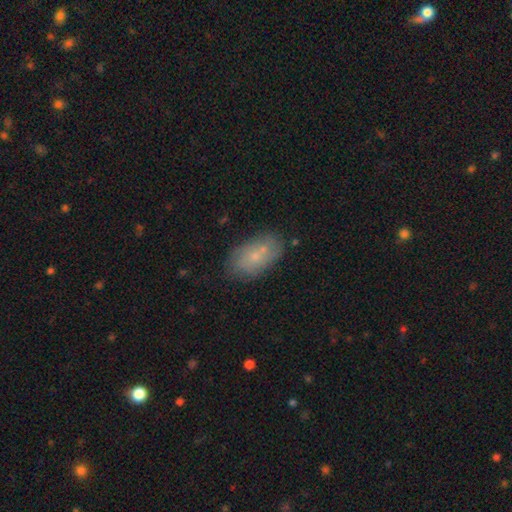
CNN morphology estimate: Overall: smooth (63%; featured or disk 28%). How rounded: in between (91%). Merging: none (72%).